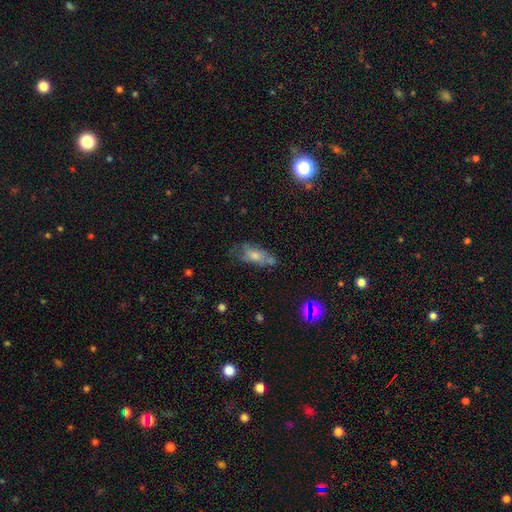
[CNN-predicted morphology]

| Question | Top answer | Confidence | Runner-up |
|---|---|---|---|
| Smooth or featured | smooth | 61% | featured or disk (29%) |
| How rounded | in between | 73% | cigar-shaped (24%) |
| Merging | none | 45% | minor disturbance (30%) |